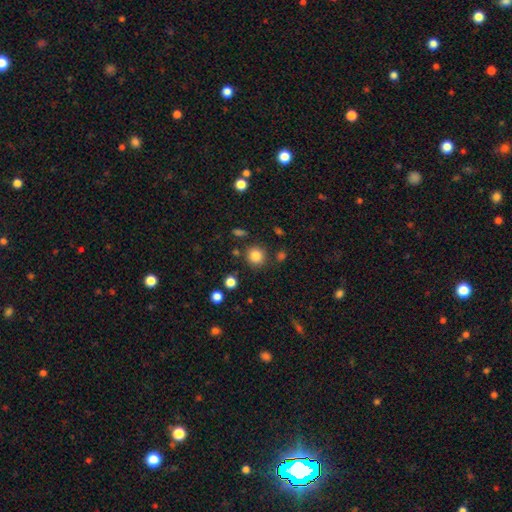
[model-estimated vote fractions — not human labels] smooth_or_featured: smooth (p=0.84) [alt: star or artifact p=0.11]
how_rounded: round (p=0.91) [alt: in between p=0.08]
merging: none (p=0.85) [alt: minor disturbance p=0.08]